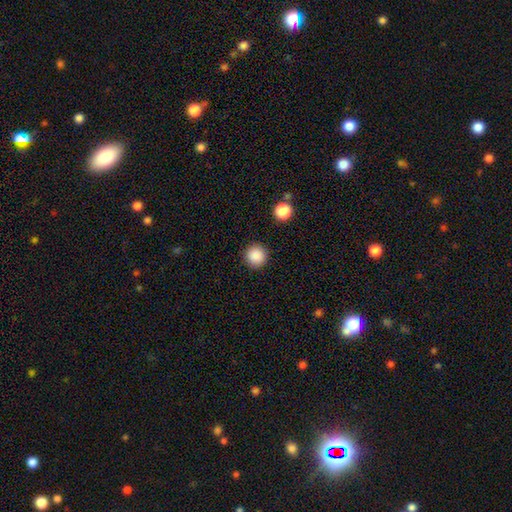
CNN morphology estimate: Smooth or featured? Predicted: smooth (p=0.87). How rounded? Predicted: round (p=0.95). Merging? Predicted: none (p=0.91).